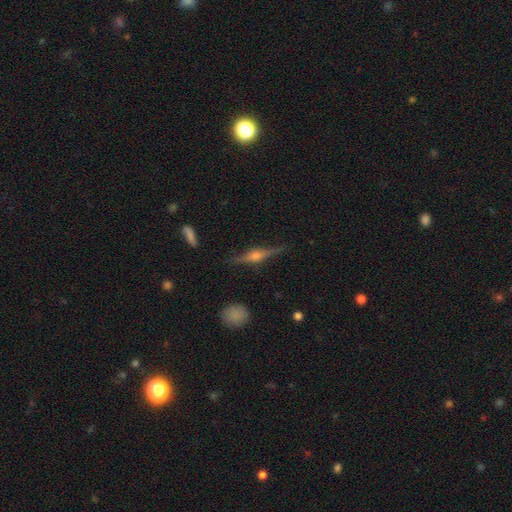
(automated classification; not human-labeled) Smooth or featured? featured or disk (80%)
Edge-on disk? yes (98%)
Edge-on bulge? rounded (88%)
Merging? none (86%)